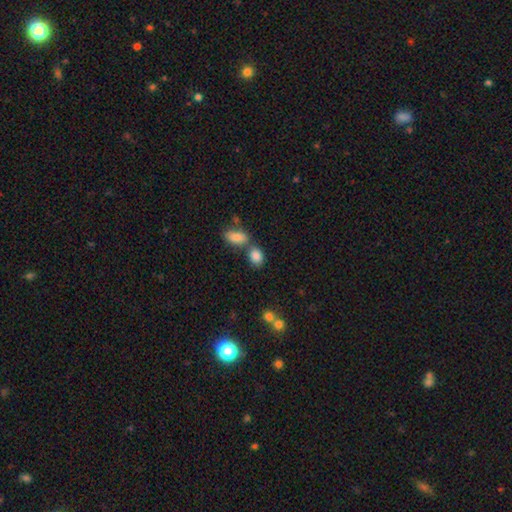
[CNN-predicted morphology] This is clearly a smooth galaxy (85%). How rounded: likely in between (65%). Merging: possibly none (51%).